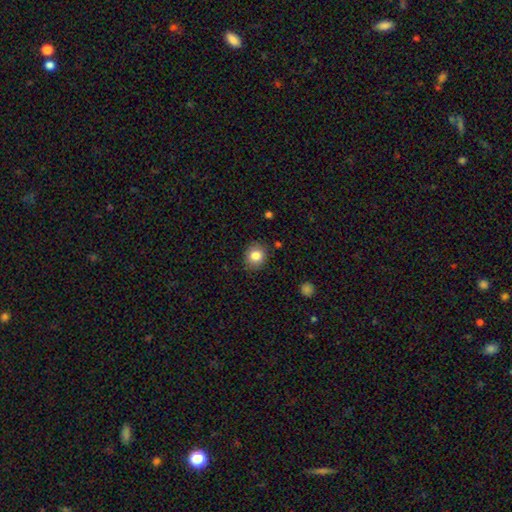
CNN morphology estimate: This is clearly a smooth galaxy (84%). How rounded: likely round (77%). Merging: clearly none (85%).